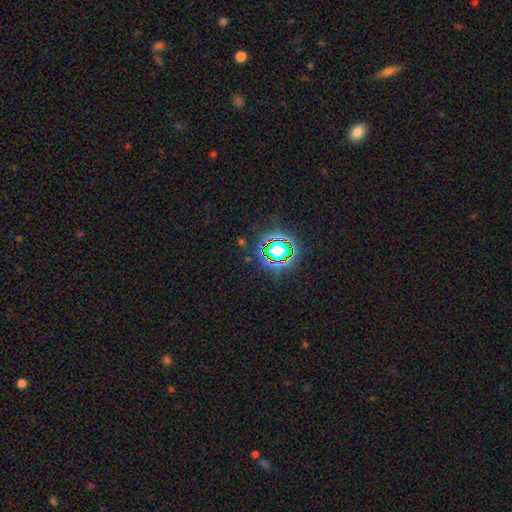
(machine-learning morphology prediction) This appears to be a star or artifact, not a galaxy (81%).